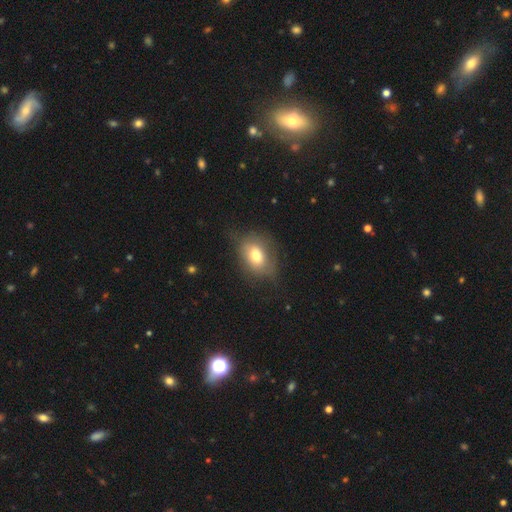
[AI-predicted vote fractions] Smooth or featured?
  - smooth: 72% *
  - featured or disk: 19%
  - star or artifact: 9%
How rounded?
  - in between: 70% *
  - round: 29%
  - cigar-shaped: 1%
Merging?
  - none: 60% *
  - minor disturbance: 26%
  - major disturbance: 12%
  - merger: 2%